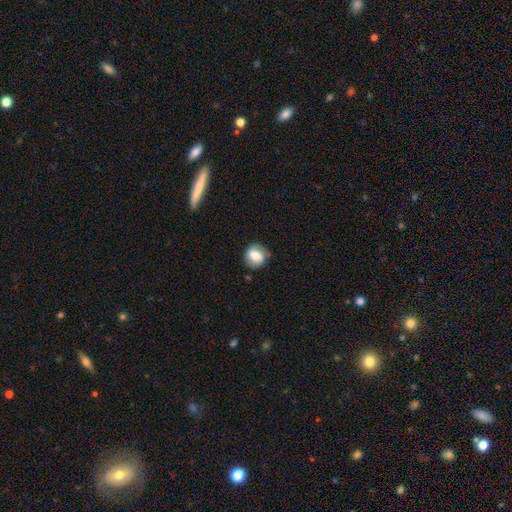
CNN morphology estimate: The model was most divided on "how rounded": round: 68%, in between: 30%, cigar-shaped: 1%. More confident: smooth or featured — smooth (69%); merging — none (66%).